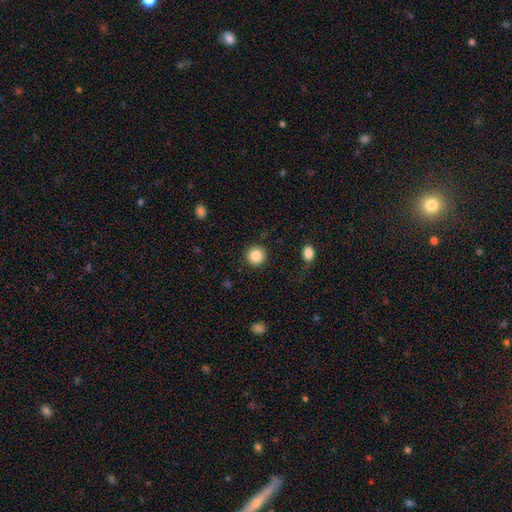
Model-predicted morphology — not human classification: This is clearly a smooth galaxy (86%). How rounded: clearly round (94%). Merging: clearly none (91%).